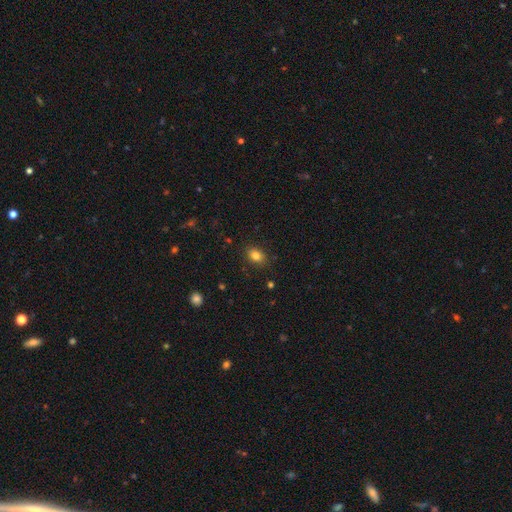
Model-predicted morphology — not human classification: Overall: smooth (83%). How rounded: in between (74%). Merging: none (86%).